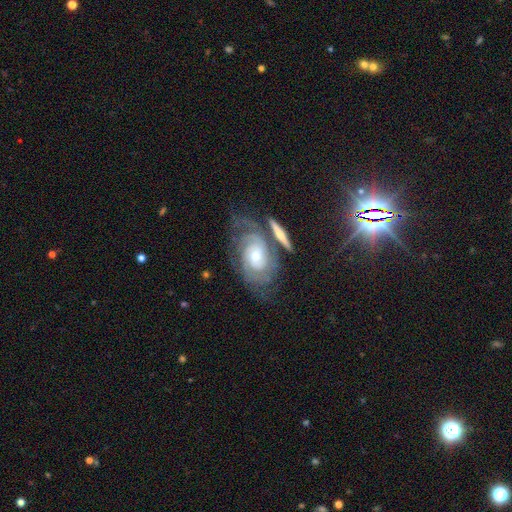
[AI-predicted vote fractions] Smooth or featured? Predicted: featured or disk (p=0.82). Edge-on disk? Predicted: no (p=0.94). Bar? Predicted: no (p=0.69). Spiral arms? Predicted: yes (p=0.95). Spiral winding? Predicted: tight (p=0.67). Spiral arm count? Predicted: 2 (p=0.44). Bulge size? Predicted: moderate (p=0.51). Merging? Predicted: none (p=0.58).